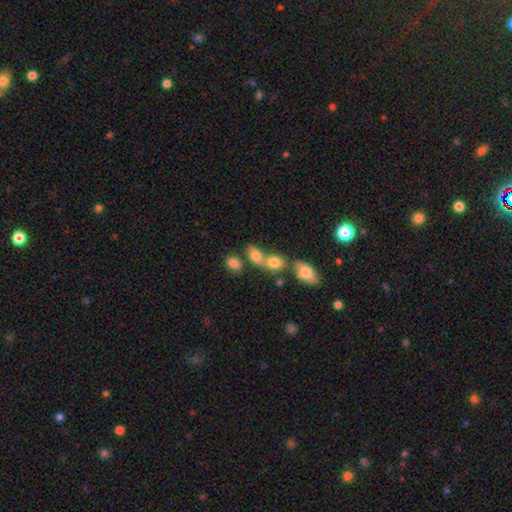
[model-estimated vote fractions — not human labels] This appears to be a smooth galaxy with no disk features (78%) that is in between round and cigar-shaped (72%). Merging: merger (54%).